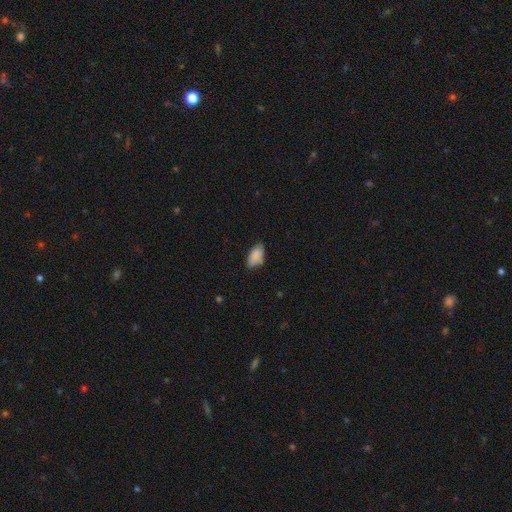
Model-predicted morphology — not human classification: Smooth or featured? smooth (85%)
How rounded? in between (93%)
Merging? none (67%)